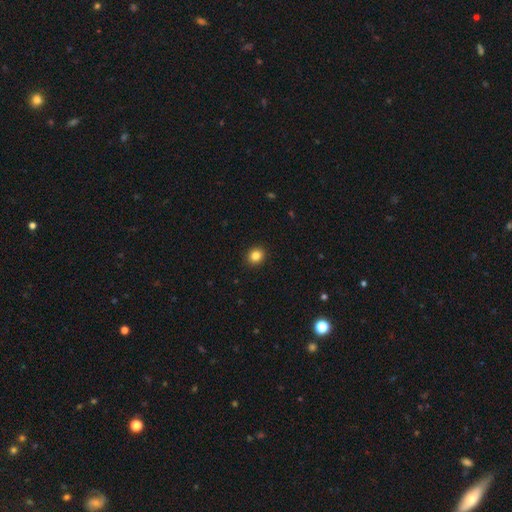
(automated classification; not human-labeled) Smooth or featured? smooth (84%)
How rounded? round (76%)
Merging? none (92%)